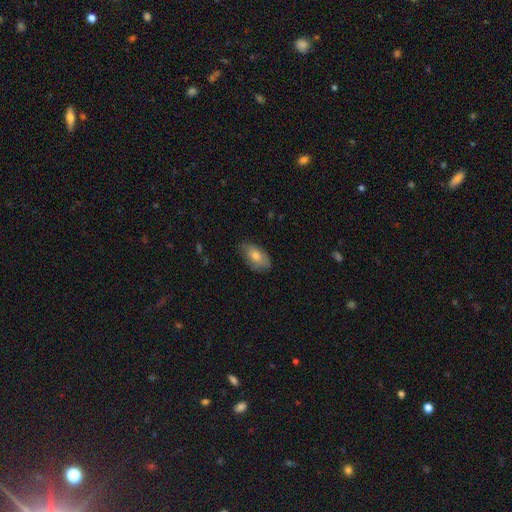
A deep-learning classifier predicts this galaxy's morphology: smooth-or-featured: smooth: 67% | featured or disk: 26% | star or artifact: 8%
  how-rounded: in between: 91% | round: 6% | cigar-shaped: 3%
  merging: none: 75% | minor disturbance: 20% | major disturbance: 4% | merger: 1%